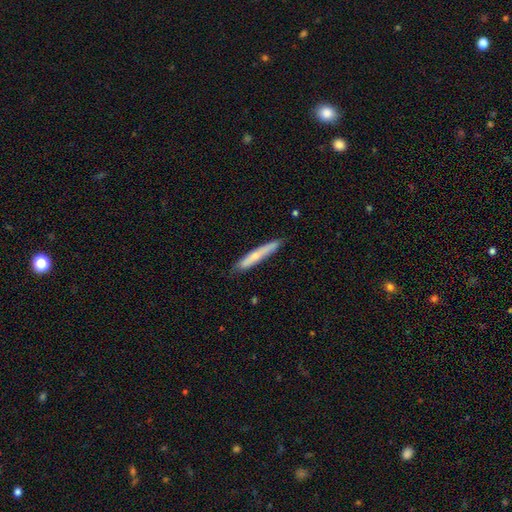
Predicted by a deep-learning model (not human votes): This appears to be a smooth galaxy with no disk features (56%) that is cigar-shaped (94%). Merging: none (83%).